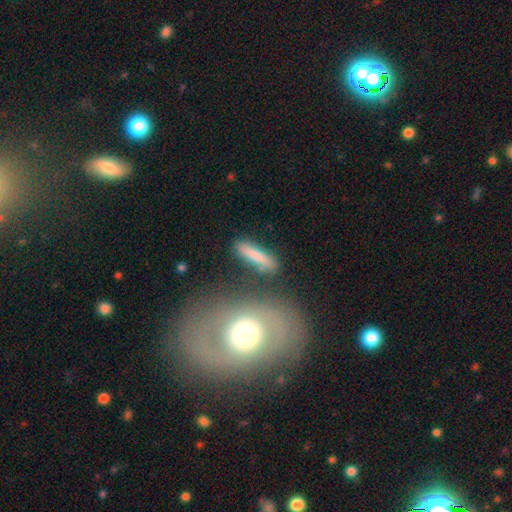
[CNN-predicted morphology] smooth-or-featured: smooth: 78% | featured or disk: 15% | star or artifact: 7%
  how-rounded: cigar-shaped: 76% | in between: 21% | round: 3%
  merging: none: 74% | minor disturbance: 13% | merger: 8% | major disturbance: 5%